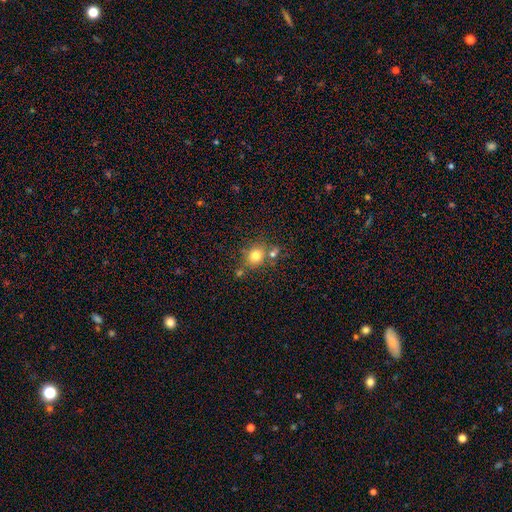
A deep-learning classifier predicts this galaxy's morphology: smooth-or-featured: smooth: 78% | star or artifact: 12% | featured or disk: 9%
  how-rounded: round: 71% | in between: 28% | cigar-shaped: 1%
  merging: none: 66% | merger: 18% | minor disturbance: 13% | major disturbance: 4%